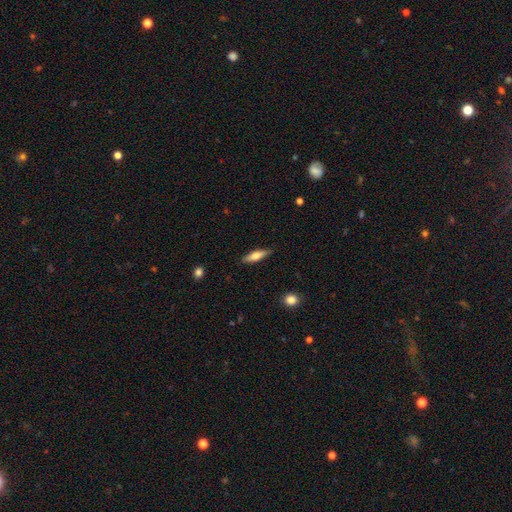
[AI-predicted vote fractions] Q: Smooth or featured?
A: smooth (65%); runner-up: featured or disk (29%)
Q: How rounded?
A: cigar-shaped (61%); runner-up: in between (36%)
Q: Merging?
A: none (86%); runner-up: minor disturbance (10%)